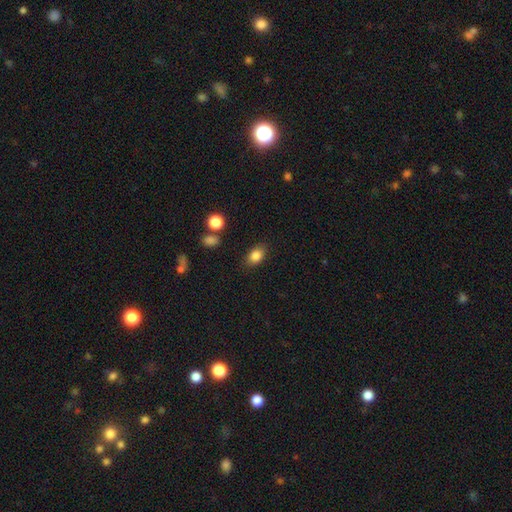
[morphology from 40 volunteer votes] smooth_or_featured: smooth (p=0.85) [alt: star or artifact p=0.10]
how_rounded: in between (p=0.76) [alt: round p=0.15]
merging: none (p=0.78) [alt: minor disturbance p=0.19]